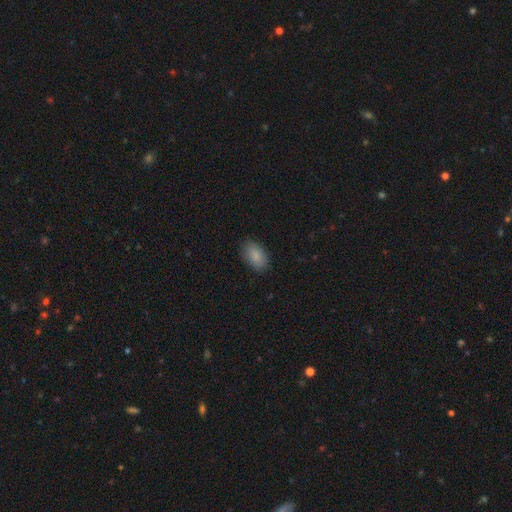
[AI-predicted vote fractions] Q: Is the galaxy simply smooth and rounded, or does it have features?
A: smooth — 88%.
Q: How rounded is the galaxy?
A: in between — 91%.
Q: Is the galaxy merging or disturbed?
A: none — 83%.